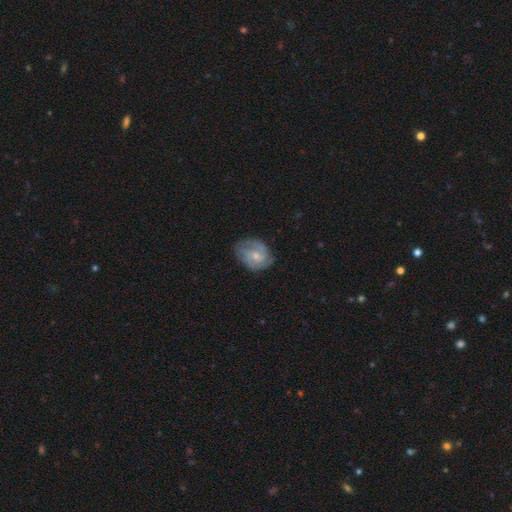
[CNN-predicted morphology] This appears to be a featured or disk galaxy (68%) with no bar (63%), 2 (39%) tight (49%) spiral arms (89%) and a small central bulge (51%). Merging: none (67%).